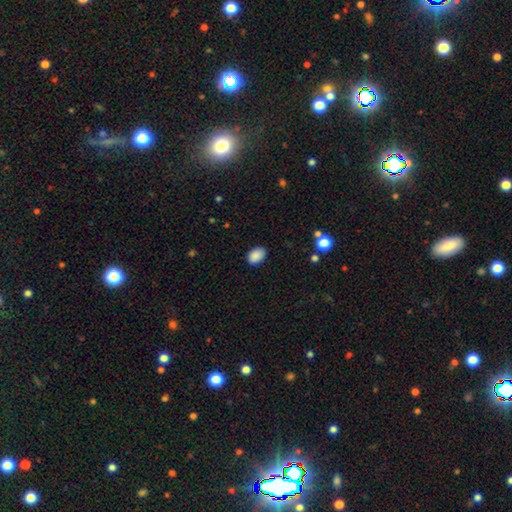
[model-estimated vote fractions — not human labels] smooth_or_featured: smooth (p=0.89) [alt: star or artifact p=0.08]
how_rounded: in between (p=0.78) [alt: round p=0.21]
merging: none (p=0.87) [alt: minor disturbance p=0.10]